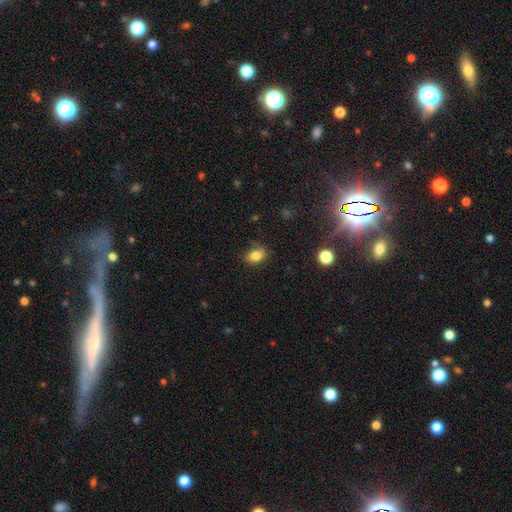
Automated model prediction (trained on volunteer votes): A smooth galaxy with no disk features (81%) that is in between round and cigar-shaped (73%).

Vote fractions:
- Smooth or featured? smooth: 81% / star or artifact: 11% / featured or disk: 8%
- How rounded? in between: 73% / round: 26% / cigar-shaped: 1%
- Merging? none: 67% / minor disturbance: 24% / major disturbance: 6% / merger: 3%